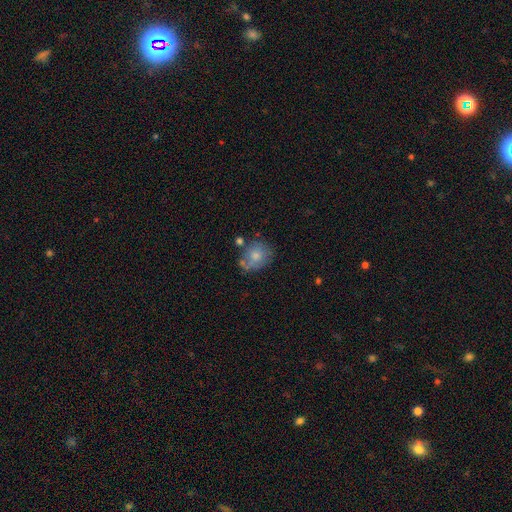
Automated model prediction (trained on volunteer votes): smooth 70%, featured or disk 21%, star or artifact 9%. Down the decision tree: how rounded — round (61%); merging — none (52%).